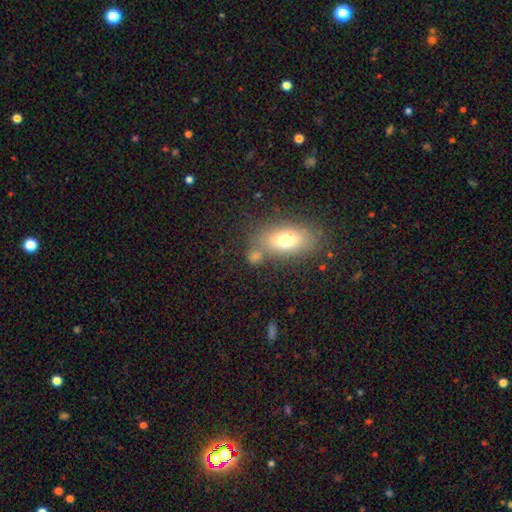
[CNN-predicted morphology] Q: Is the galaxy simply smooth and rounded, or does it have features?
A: smooth — 71%.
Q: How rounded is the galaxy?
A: in between — 75%.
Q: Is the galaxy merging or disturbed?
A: none — 63%.